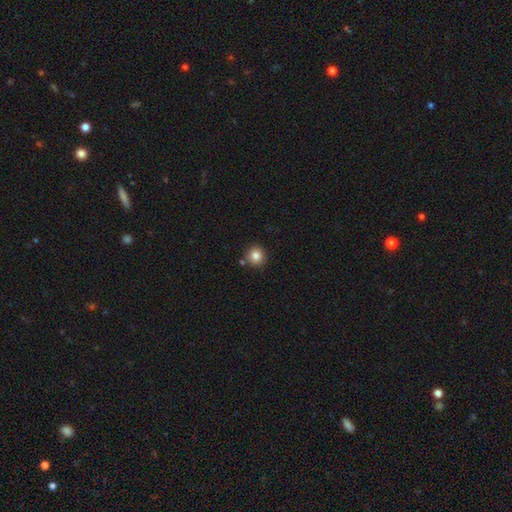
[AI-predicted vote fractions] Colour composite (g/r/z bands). It shows a smooth galaxy with no disk features (83%) that is round (92%). Merging: none (82%).